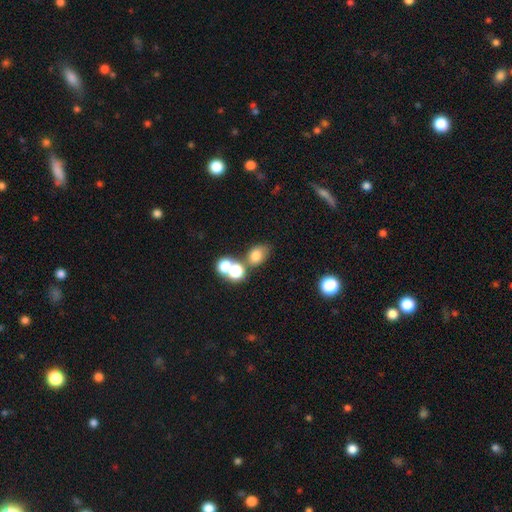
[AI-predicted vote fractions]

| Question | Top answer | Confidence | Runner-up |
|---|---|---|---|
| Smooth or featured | smooth | 73% | star or artifact (15%) |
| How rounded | in between | 59% | round (40%) |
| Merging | none | 41% | tied: merger (41%) |